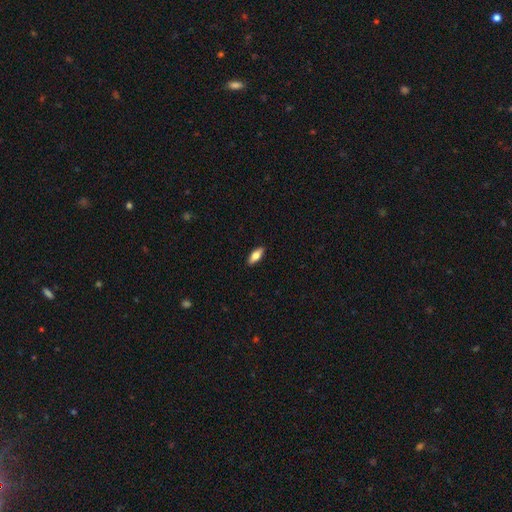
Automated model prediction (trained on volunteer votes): Morphology: type=smooth (74%); roundness=in between (76%); merging=none (90%).